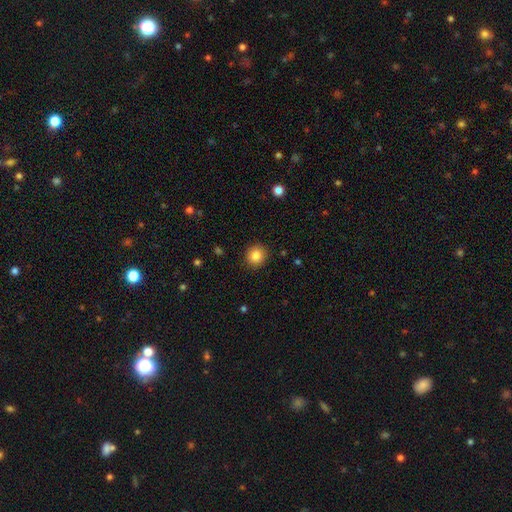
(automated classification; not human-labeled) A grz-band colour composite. It shows a smooth galaxy with no disk features (86%) that is round (89%). Merging: none (91%).